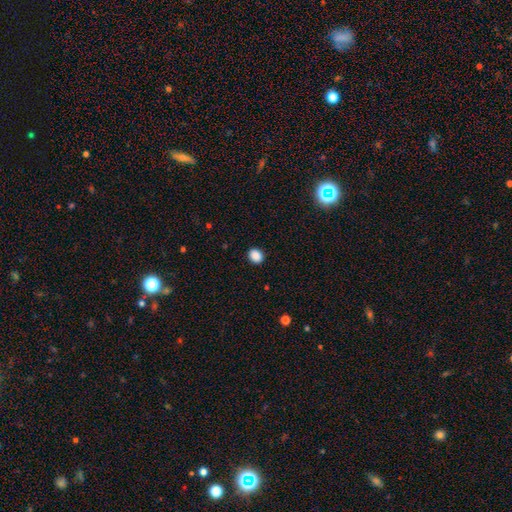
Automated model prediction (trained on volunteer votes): Q: Smooth or featured?
A: smooth (88%); runner-up: star or artifact (9%)
Q: How rounded?
A: round (58%); runner-up: in between (42%)
Q: Merging?
A: none (91%); runner-up: minor disturbance (6%)